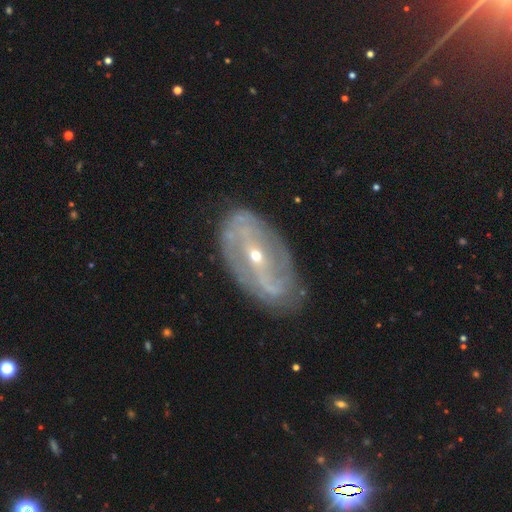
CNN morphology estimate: A featured or disk galaxy (83%) with a strong bar (51%), 2 (61%) tight (42%) spiral arms (78%) and a small central bulge (65%).

Vote fractions:
- Smooth or featured? featured or disk: 83% / smooth: 9% / star or artifact: 7%
- Edge-on disk? no: 91% / yes: 9%
- Bar? strong: 51% / weak: 29% / no: 20%
- Spiral arms? yes: 78% / no: 22%
- Spiral winding? tight: 42% / medium: 34% / loose: 24%
- Spiral arm count? 2: 61% / can't tell: 24% / 3: 5% / 1: 4% / 4: 3% / more than 4: 3%
- Bulge size? small: 65% / moderate: 32% / large: 1% / none: 1% / dominant: 1%
- Merging? none: 76% / minor disturbance: 16% / major disturbance: 6% / merger: 2%